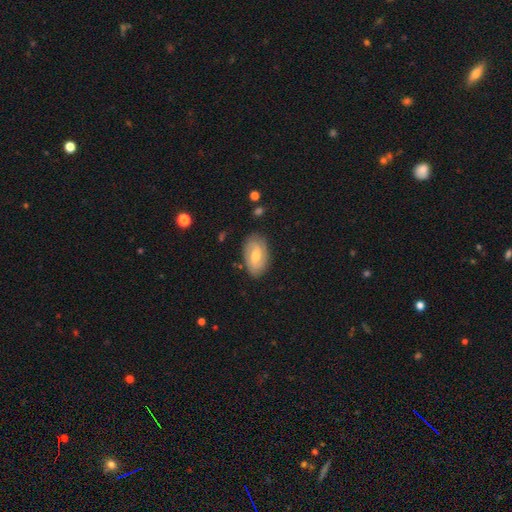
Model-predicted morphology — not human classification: Q: Smooth or featured?
A: featured or disk (57%); runner-up: smooth (35%)
Q: Edge-on disk?
A: no (94%); runner-up: yes (6%)
Q: Bar?
A: weak (49%); runner-up: no (39%)
Q: Spiral arms?
A: yes (79%); runner-up: no (21%)
Q: Bulge size?
A: moderate (64%); runner-up: small (30%)
Q: Merging?
A: none (81%); runner-up: minor disturbance (14%)